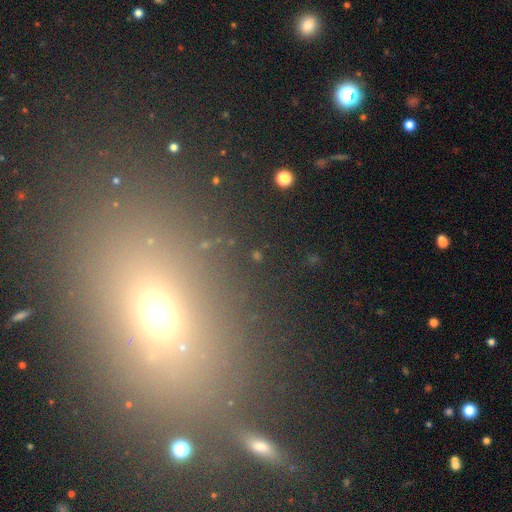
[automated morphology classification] smooth-or-featured: star or artifact: 44% | smooth: 42% | featured or disk: 14%